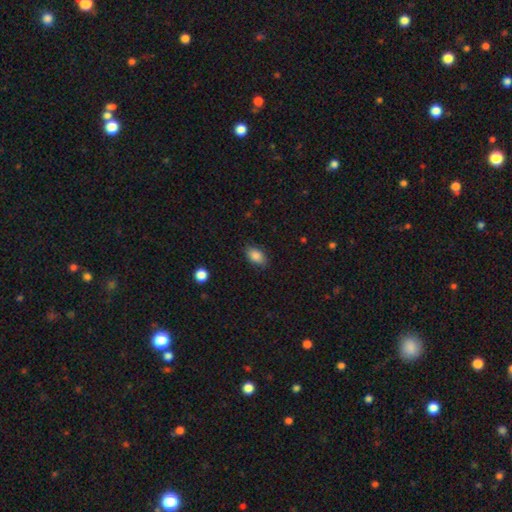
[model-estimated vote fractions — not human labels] Smooth or featured? Predicted: smooth (p=0.87). How rounded? Predicted: in between (p=0.88). Merging? Predicted: none (p=0.83).